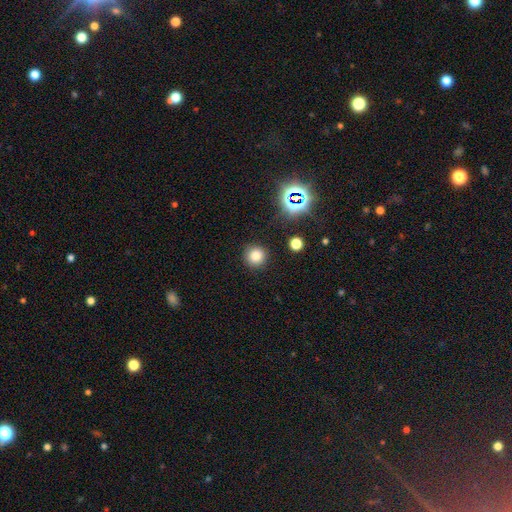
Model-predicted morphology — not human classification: smooth_or_featured: smooth (p=0.79) [alt: star or artifact p=0.16]
how_rounded: round (p=0.94) [alt: in between p=0.05]
merging: none (p=0.90) [alt: minor disturbance p=0.06]